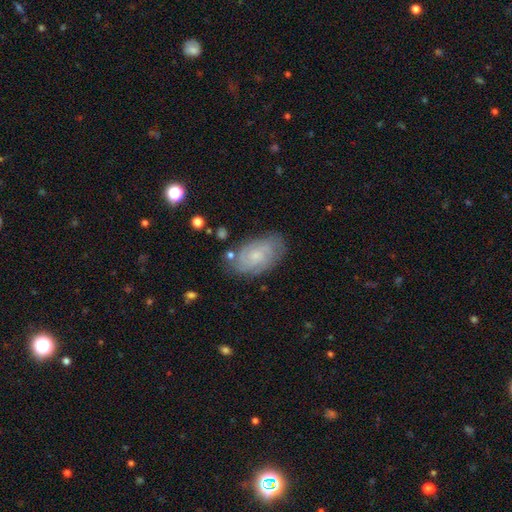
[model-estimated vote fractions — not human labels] This is likely a featured or disk galaxy (75%). It is clearly not viewed edge-on (97%). Bar: likely no (66%). Spiral arm pattern: clearly yes (94%). Spiral arm count: possibly 2 (47%). Spiral winding: likely tight (64%). Central bulge: likely small (62%). Merging: likely none (76%).